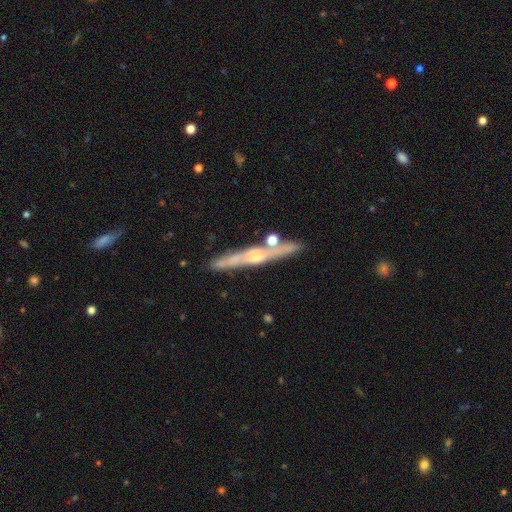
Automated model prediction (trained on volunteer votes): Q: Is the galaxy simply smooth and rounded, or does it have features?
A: featured or disk — 76%.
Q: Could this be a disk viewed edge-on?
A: yes — 94%.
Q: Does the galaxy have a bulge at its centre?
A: rounded — 78%.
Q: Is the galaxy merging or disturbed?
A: none — 81%.